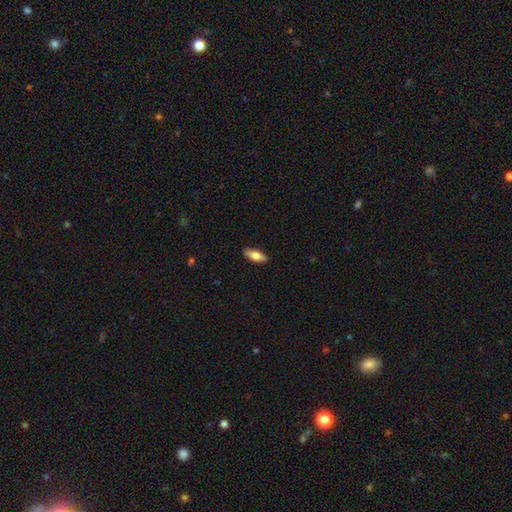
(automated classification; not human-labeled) smooth-or-featured: smooth: 66% | featured or disk: 28% | star or artifact: 6%
  how-rounded: in between: 69% | cigar-shaped: 28% | round: 3%
  merging: none: 89% | minor disturbance: 8% | major disturbance: 2% | merger: 1%